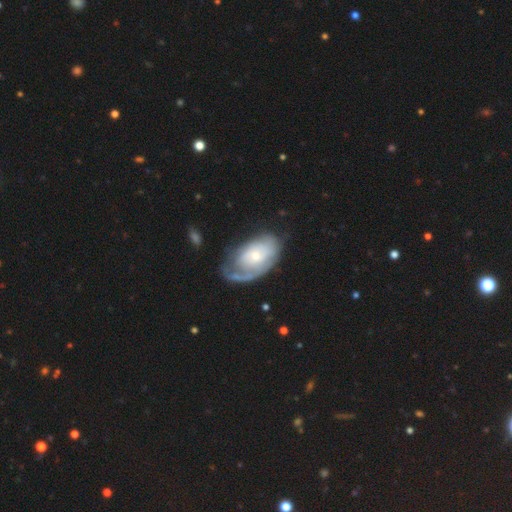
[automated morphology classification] Smooth or featured? Predicted: featured or disk (p=0.64). Edge-on disk? Predicted: no (p=0.95). Bar? Predicted: no (p=0.77). Spiral arms? Predicted: yes (p=0.73). Bulge size? Predicted: small (p=0.54). Merging? Predicted: none (p=0.42).